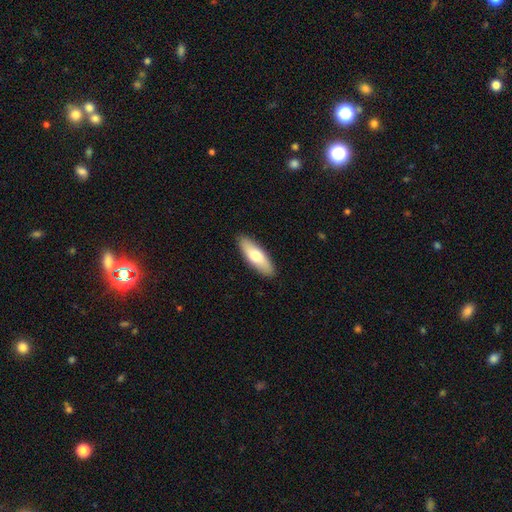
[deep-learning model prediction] Smooth or featured? Predicted: smooth (p=0.71). How rounded? Predicted: in between (p=0.55). Merging? Predicted: none (p=0.89).